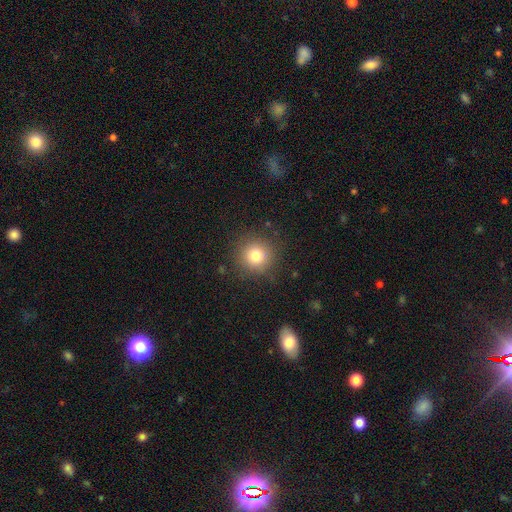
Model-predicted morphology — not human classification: type=smooth (79%); roundness=round (94%); merging=none (87%).